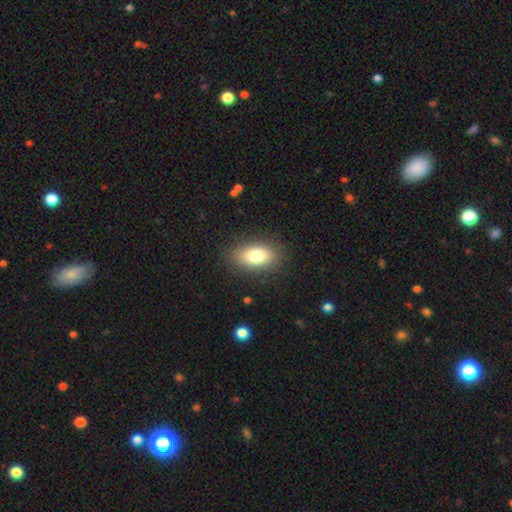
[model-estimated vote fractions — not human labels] Morphology: type=smooth (79%); roundness=in between (90%); merging=none (86%).